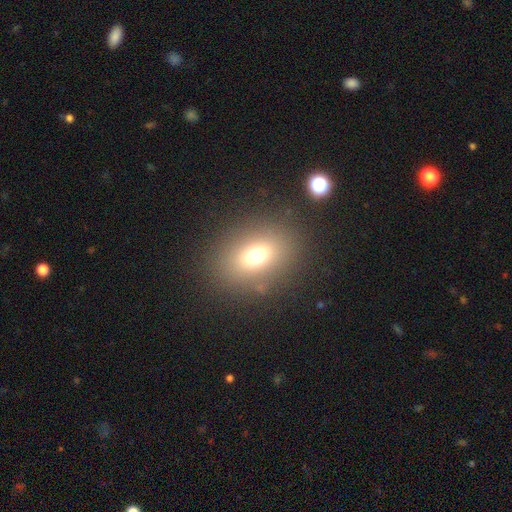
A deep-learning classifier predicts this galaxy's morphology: This is likely a smooth galaxy (72%). How rounded: likely in between (65%). Merging: clearly none (83%).